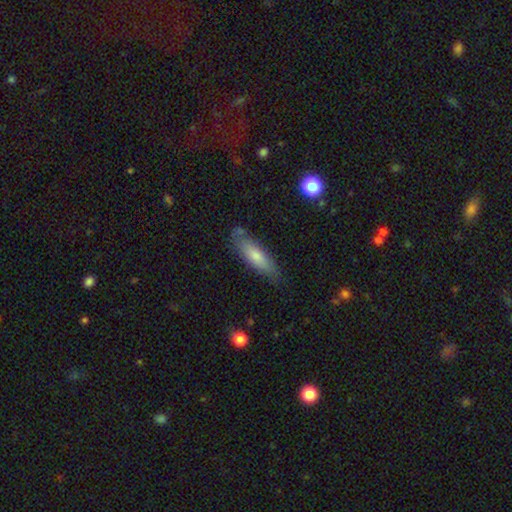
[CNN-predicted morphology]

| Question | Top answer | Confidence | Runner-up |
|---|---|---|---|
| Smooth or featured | smooth | 70% | featured or disk (24%) |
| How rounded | cigar-shaped | 60% | in between (38%) |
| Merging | none | 77% | minor disturbance (16%) |